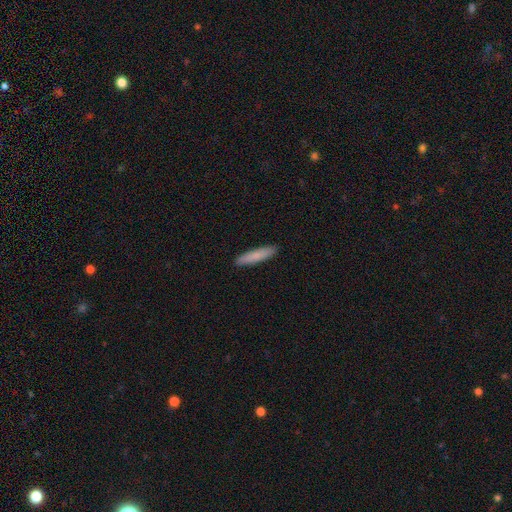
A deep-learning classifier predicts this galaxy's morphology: A smooth galaxy with no disk features (83%) that is cigar-shaped (87%). Merging: none (91%).